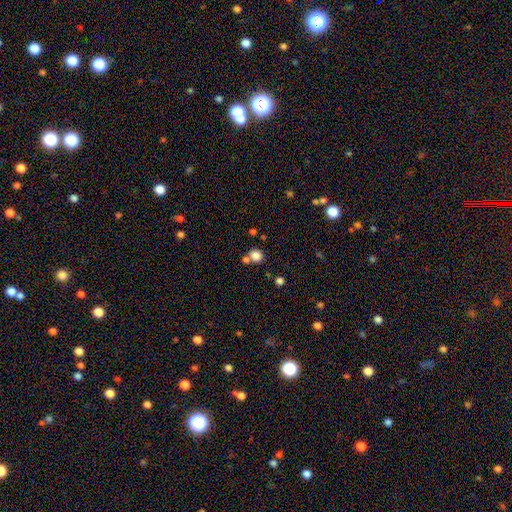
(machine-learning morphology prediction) A smooth galaxy with no disk features (82%) that is round (86%).

Vote fractions:
- Smooth or featured? smooth: 82% / star or artifact: 12% / featured or disk: 6%
- How rounded? round: 86% / in between: 13% / cigar-shaped: 1%
- Merging? none: 64% / merger: 24% / minor disturbance: 9% / major disturbance: 4%